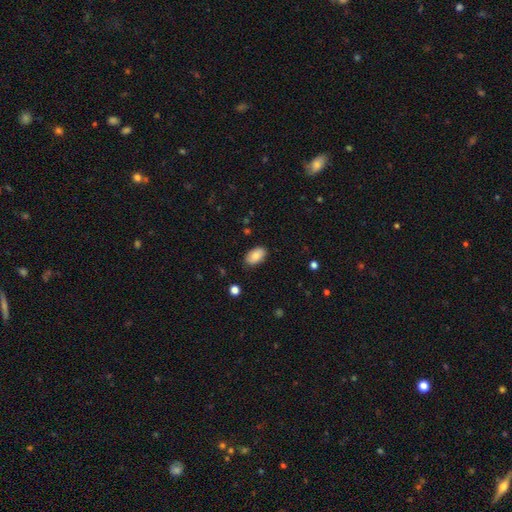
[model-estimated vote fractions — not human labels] Smooth or featured: smooth — 85% (featured or disk — 8%)
How rounded: in between — 94% (round — 4%)
Merging: none — 85% (minor disturbance — 11%)